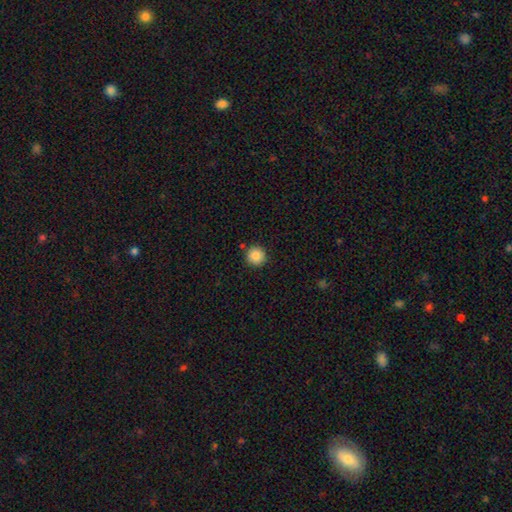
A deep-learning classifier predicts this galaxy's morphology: A smooth galaxy with no disk features (87%) that is round (95%).

Vote fractions:
- Smooth or featured? smooth: 87% / star or artifact: 9% / featured or disk: 4%
- How rounded? round: 95% / in between: 4% / cigar-shaped: 1%
- Merging? none: 88% / minor disturbance: 7% / merger: 3% / major disturbance: 2%